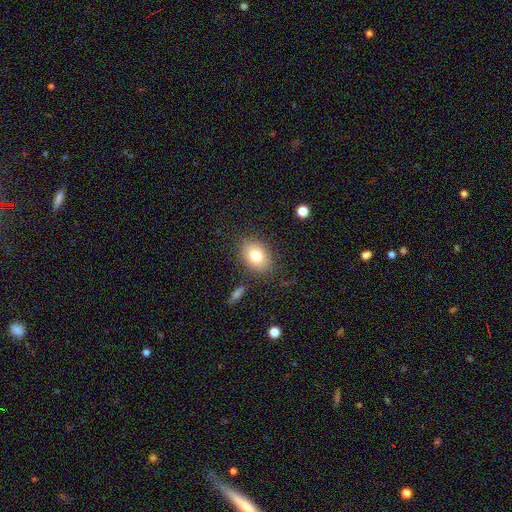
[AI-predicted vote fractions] The model was most divided on "how rounded": in between: 74%, round: 25%, cigar-shaped: 1%. More confident: merging — none (82%); smooth or featured — smooth (78%).